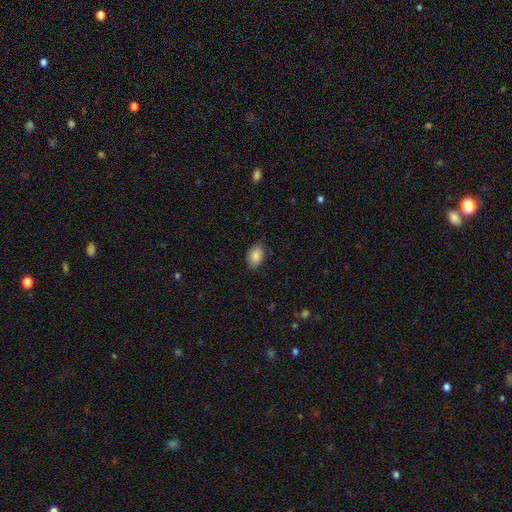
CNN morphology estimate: The model was most divided on "merging": none: 79%, minor disturbance: 17%, major disturbance: 3%, merger: 1%. More confident: smooth or featured — smooth (88%); how rounded — in between (86%).